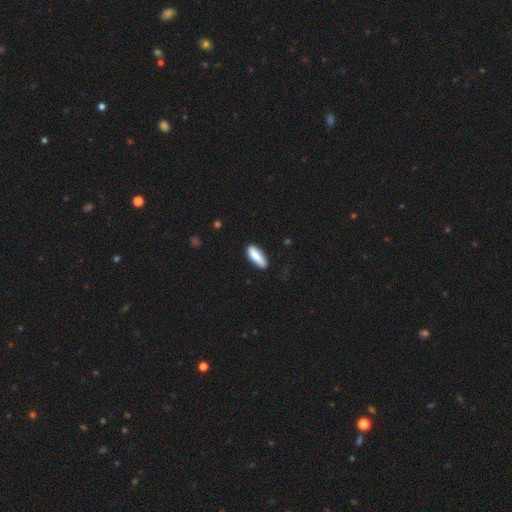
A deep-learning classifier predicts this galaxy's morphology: smooth 84%, featured or disk 10%, star or artifact 6%. Down the decision tree: how rounded — in between (50%); merging — none (76%).